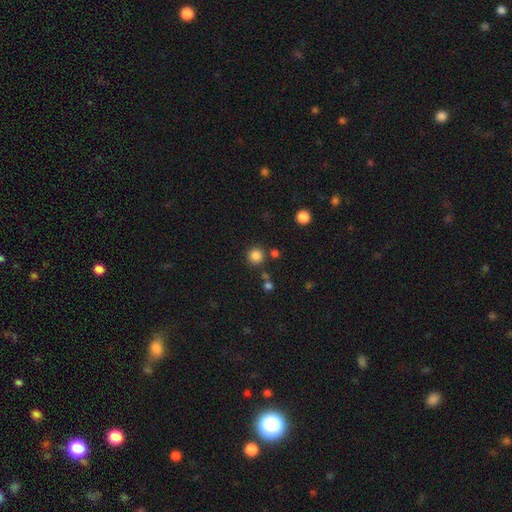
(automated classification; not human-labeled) Q: Smooth or featured?
A: smooth (84%); runner-up: star or artifact (13%)
Q: How rounded?
A: round (94%); runner-up: in between (5%)
Q: Merging?
A: none (83%); runner-up: minor disturbance (7%)